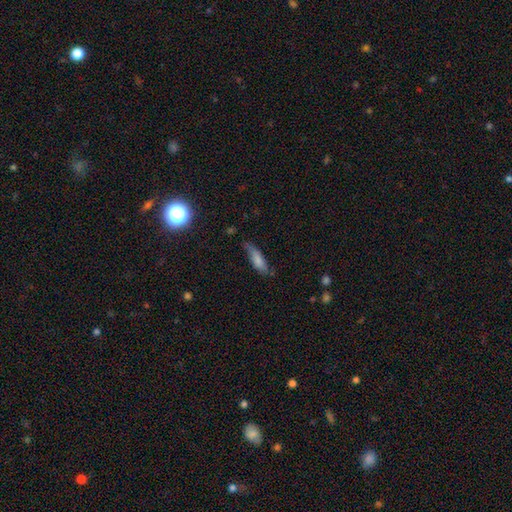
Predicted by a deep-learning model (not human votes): Smooth or featured? smooth (51%)
How rounded? cigar-shaped (55%)
Merging? none (62%)